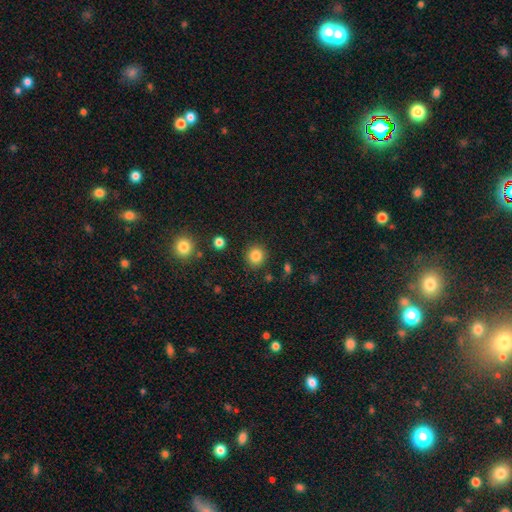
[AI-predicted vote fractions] Smooth or featured? Predicted: smooth (p=0.85). How rounded? Predicted: round (p=0.89). Merging? Predicted: none (p=0.89).